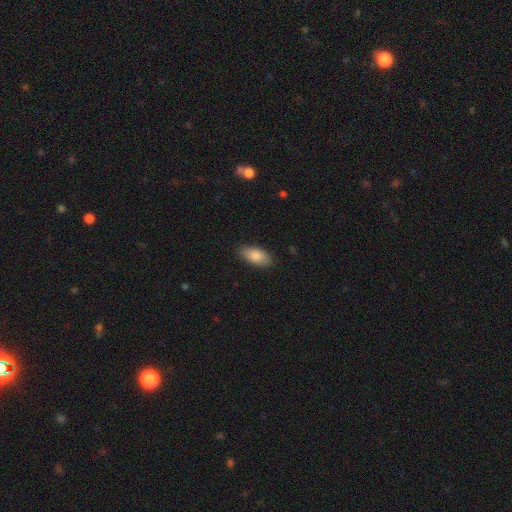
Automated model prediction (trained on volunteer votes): Smooth or featured? Predicted: smooth (p=0.84). How rounded? Predicted: in between (p=0.91). Merging? Predicted: none (p=0.86).